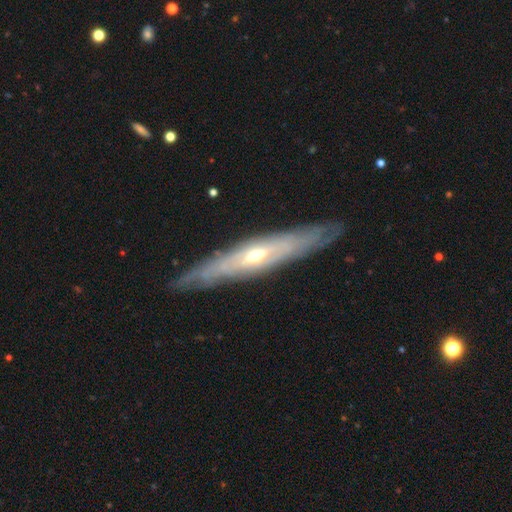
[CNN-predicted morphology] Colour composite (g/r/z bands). It shows a featured or disk galaxy (79%) viewed edge-on (63%). Merging: none (80%).